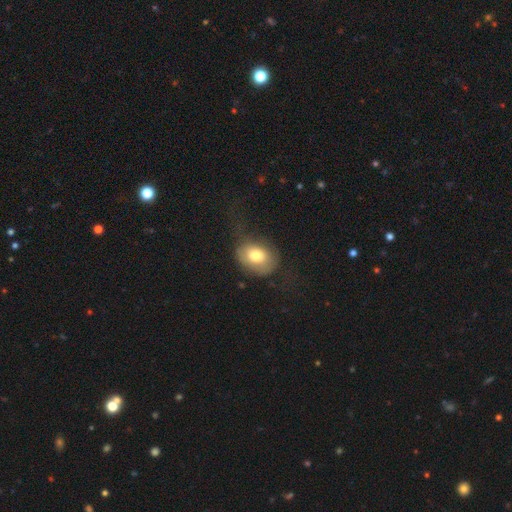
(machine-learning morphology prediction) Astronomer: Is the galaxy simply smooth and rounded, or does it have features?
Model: smooth — 75%.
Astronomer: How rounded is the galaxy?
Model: in between — 62% (runner-up: round, 37%).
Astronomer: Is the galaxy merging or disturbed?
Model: none — 50% (runner-up: minor disturbance, 26%).